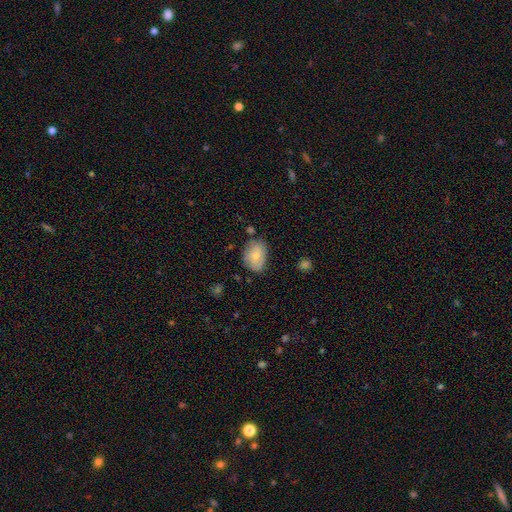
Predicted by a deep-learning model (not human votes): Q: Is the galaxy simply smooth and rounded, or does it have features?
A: smooth — 77%.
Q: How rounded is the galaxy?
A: in between — 81%.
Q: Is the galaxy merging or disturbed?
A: none — 66%.